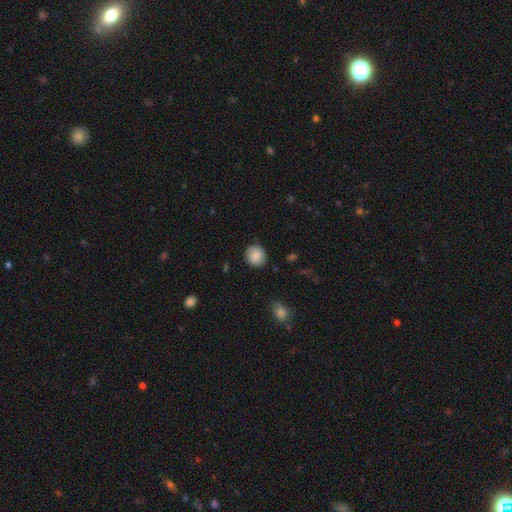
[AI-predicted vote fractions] smooth-or-featured: smooth: 87% | star or artifact: 7% | featured or disk: 5%
  how-rounded: round: 84% | in between: 15% | cigar-shaped: 1%
  merging: none: 83% | minor disturbance: 13% | major disturbance: 3% | merger: 1%